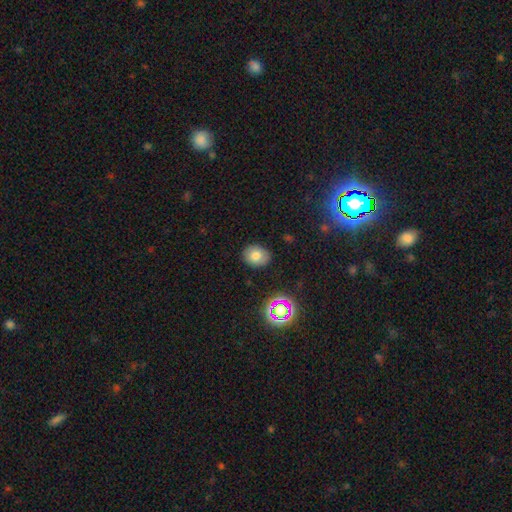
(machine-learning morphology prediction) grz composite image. It shows a smooth galaxy with no disk features (75%) that is in between round and cigar-shaped (50%). Merging: none (86%).